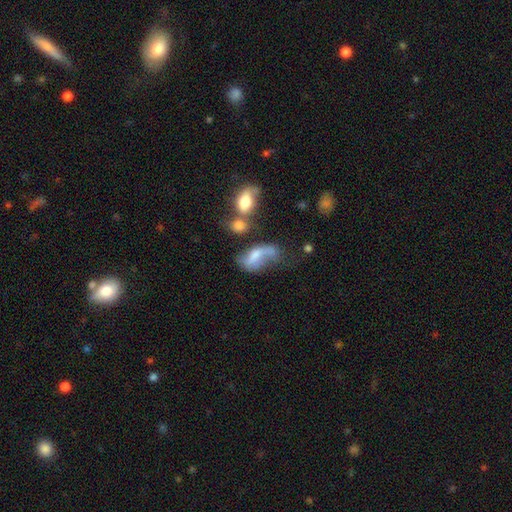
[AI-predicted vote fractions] smooth_or_featured: smooth (p=0.44) [tied with: featured or disk p=0.44]
merging: merger (p=0.30) [alt: major disturbance p=0.26]